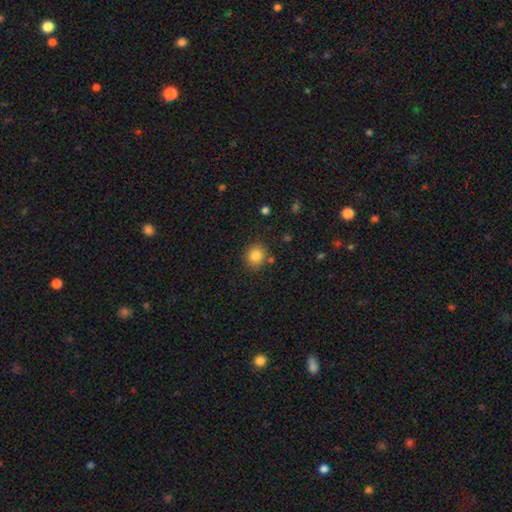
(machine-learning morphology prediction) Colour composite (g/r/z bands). It shows a smooth galaxy with no disk features (83%) that is round (80%). Merging: none (84%).